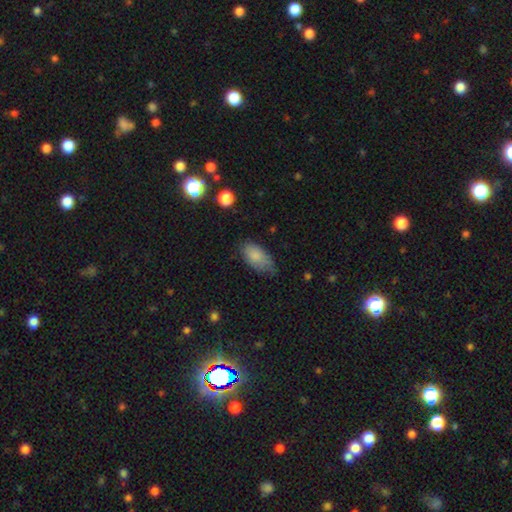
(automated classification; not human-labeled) smooth-or-featured: smooth: 83% | featured or disk: 10% | star or artifact: 7%
  how-rounded: in between: 93% | cigar-shaped: 4% | round: 3%
  merging: none: 56% | minor disturbance: 34% | major disturbance: 8% | merger: 2%